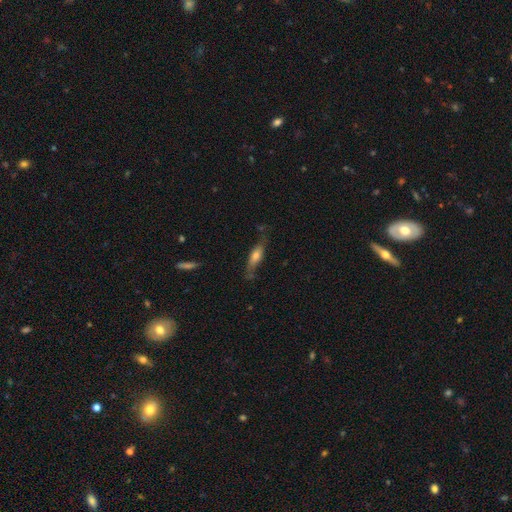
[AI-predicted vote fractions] Morphology: type=smooth (54%); roundness=cigar-shaped (56%); merging=none (64%).